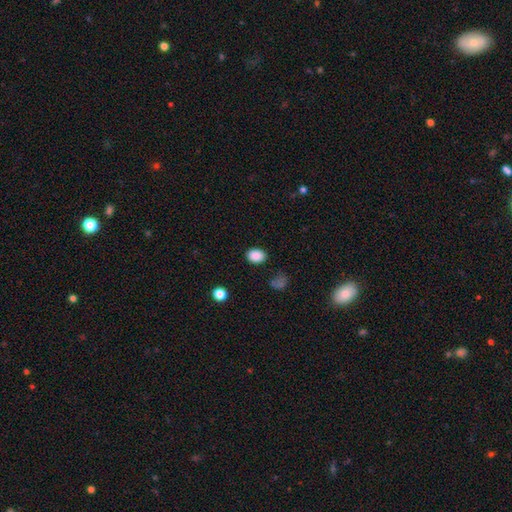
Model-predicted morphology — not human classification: A smooth galaxy with no disk features (88%) that is in between round and cigar-shaped (64%). Merging: none (85%).